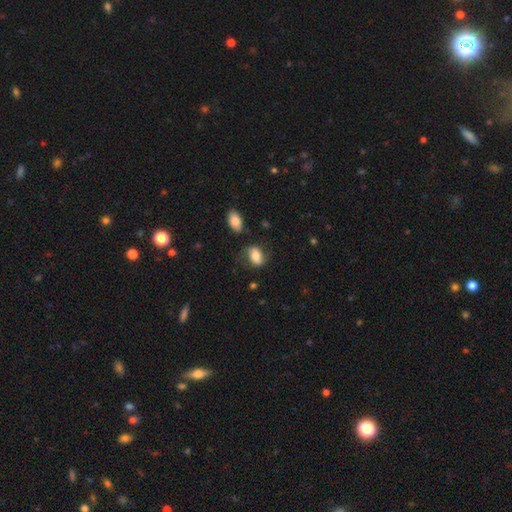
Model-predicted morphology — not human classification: Smooth or featured? smooth (73%)
How rounded? in between (83%)
Merging? none (60%)